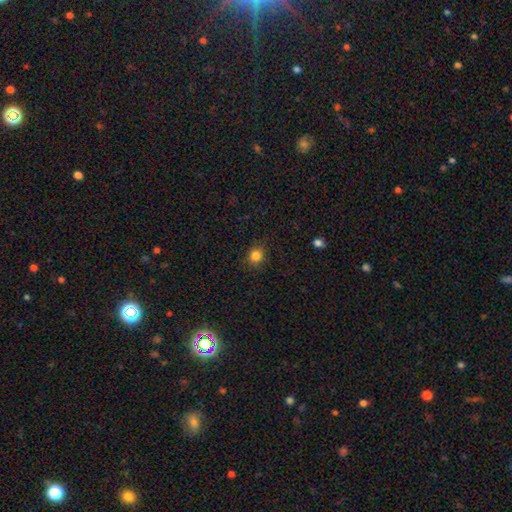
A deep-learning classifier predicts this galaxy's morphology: A smooth galaxy with no disk features (83%) that is round (84%).

Vote fractions:
- Smooth or featured? smooth: 83% / star or artifact: 12% / featured or disk: 4%
- How rounded? round: 84% / in between: 15% / cigar-shaped: 1%
- Merging? none: 86% / minor disturbance: 10% / major disturbance: 3% / merger: 1%